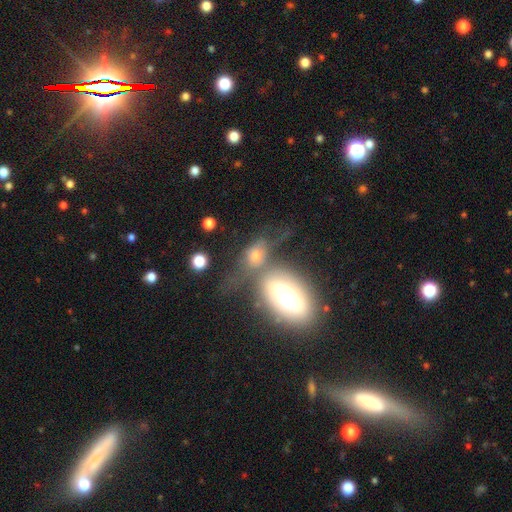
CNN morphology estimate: smooth-or-featured: smooth: 60% | featured or disk: 27% | star or artifact: 13%
  how-rounded: in between: 68% | round: 28% | cigar-shaped: 4%
  merging: none: 35% | merger: 33% | minor disturbance: 16% | major disturbance: 16%